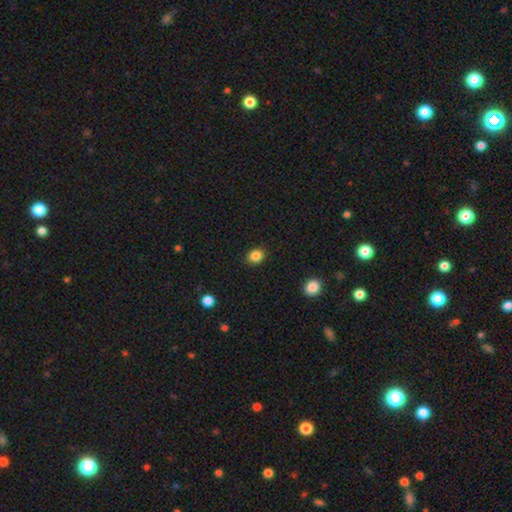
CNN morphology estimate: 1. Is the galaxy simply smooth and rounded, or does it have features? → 85% smooth, 11% star or artifact, 4% featured or disk.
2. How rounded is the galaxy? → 61% round, 38% in between, 1% cigar-shaped.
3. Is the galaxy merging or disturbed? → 89% none, 8% minor disturbance, 2% major disturbance, 1% merger.